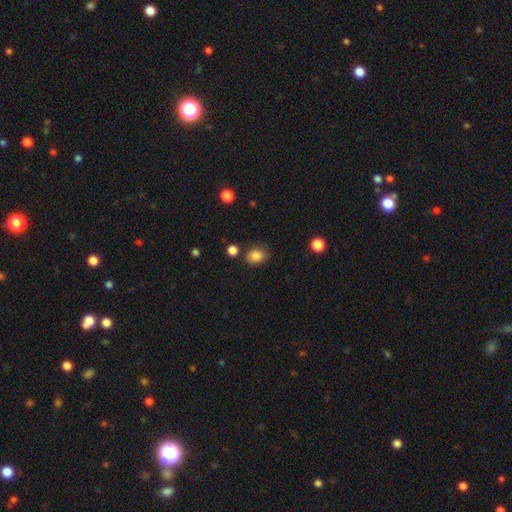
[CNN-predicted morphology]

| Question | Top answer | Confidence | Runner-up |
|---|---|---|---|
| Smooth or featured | smooth | 85% | star or artifact (10%) |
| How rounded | round | 56% | in between (43%) |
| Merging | none | 74% | minor disturbance (17%) |